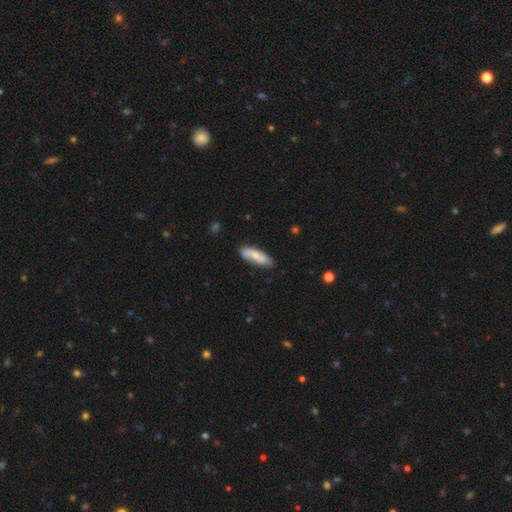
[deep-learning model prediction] smooth_or_featured: smooth (p=0.62) [alt: featured or disk p=0.33]
how_rounded: in between (p=0.52) [alt: cigar-shaped p=0.46]
merging: none (p=0.78) [alt: minor disturbance p=0.16]